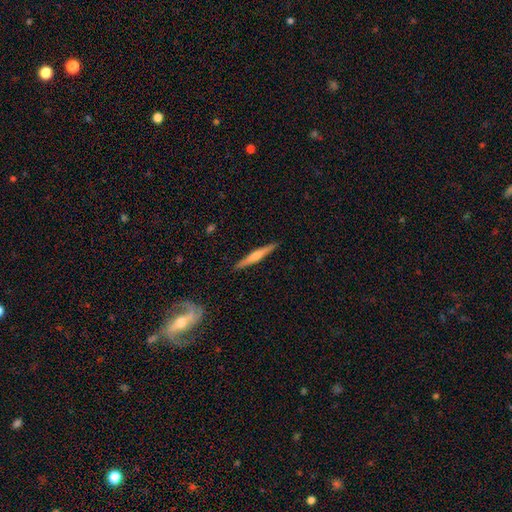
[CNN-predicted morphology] Smooth or featured? Predicted: featured or disk (p=0.51). Edge-on disk? Predicted: yes (p=0.97). Edge-on bulge? Predicted: rounded (p=0.55). Merging? Predicted: none (p=0.91).